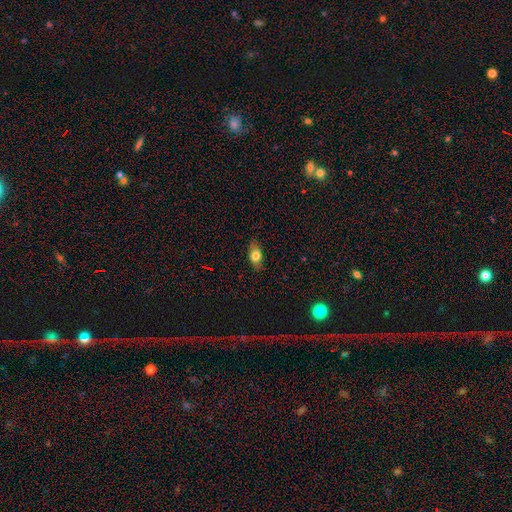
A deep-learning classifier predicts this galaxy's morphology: smooth 74%, featured or disk 17%, star or artifact 9%. Down the decision tree: how rounded — in between (81%); merging — none (84%).